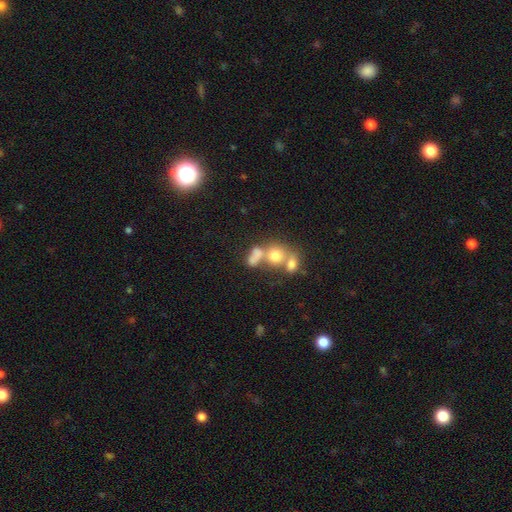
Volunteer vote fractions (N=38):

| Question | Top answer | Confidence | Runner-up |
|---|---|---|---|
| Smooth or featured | smooth | 79% | featured or disk (18%) |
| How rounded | round | 53% | in between (47%) |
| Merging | merger | 49% | none (27%) |